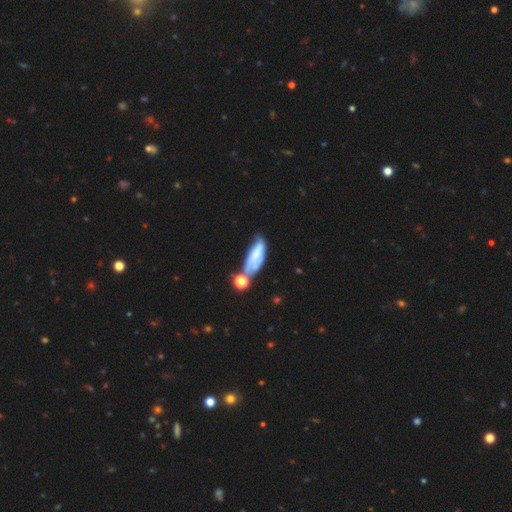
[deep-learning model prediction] smooth 52%, featured or disk 39%, star or artifact 9%. Down the decision tree: how rounded — in between (66%); merging — none (30%).